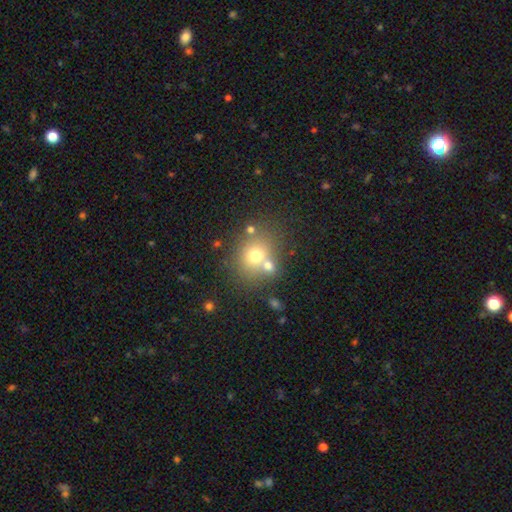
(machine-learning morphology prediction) smooth 68%, featured or disk 17%, star or artifact 15%. Down the decision tree: how rounded — round (70%); merging — none (57%).